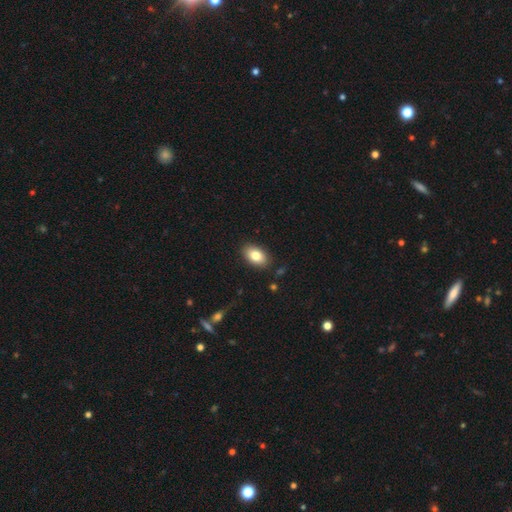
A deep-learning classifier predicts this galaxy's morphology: smooth-or-featured: smooth: 81% | featured or disk: 11% | star or artifact: 7%
  how-rounded: in between: 91% | round: 7% | cigar-shaped: 2%
  merging: none: 87% | minor disturbance: 9% | major disturbance: 2% | merger: 1%